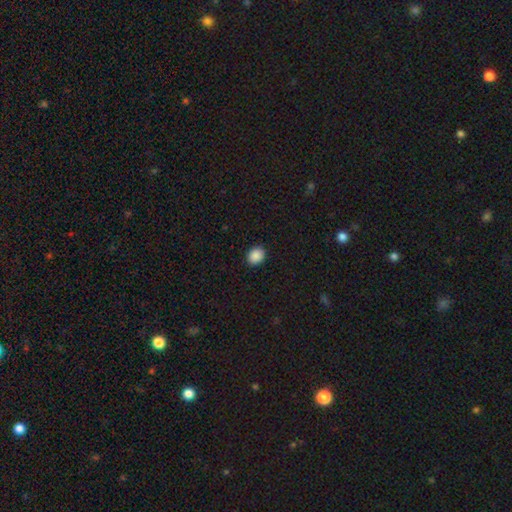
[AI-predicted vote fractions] This is clearly a smooth galaxy (89%). How rounded: possibly round (58%). Merging: clearly none (91%).